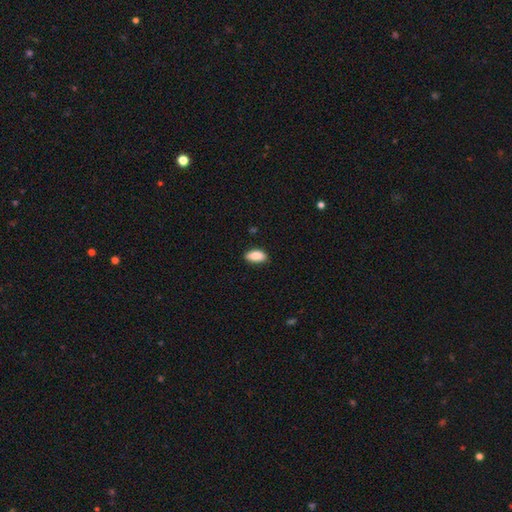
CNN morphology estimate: The model was most divided on "merging": none: 88%, minor disturbance: 10%, major disturbance: 2%, merger: 1%. More confident: how rounded — in between (92%); smooth or featured — smooth (86%).